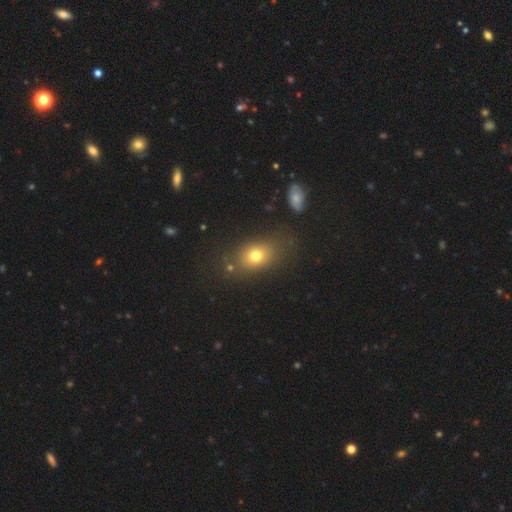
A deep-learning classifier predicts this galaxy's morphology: The model was most divided on "how rounded": in between: 67%, round: 31%, cigar-shaped: 2%. More confident: smooth or featured — smooth (74%); merging — none (74%).